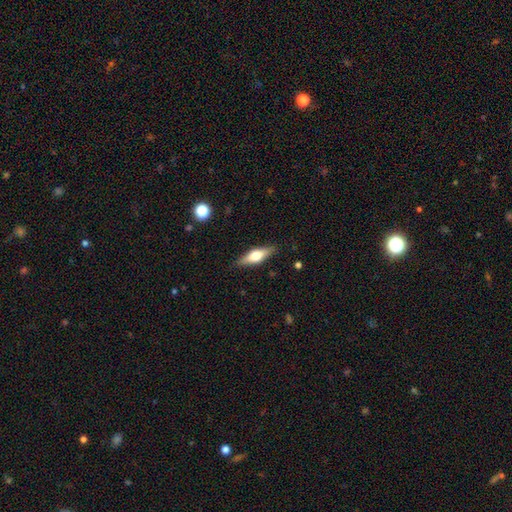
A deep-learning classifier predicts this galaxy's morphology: Smooth or featured: smooth — 47% (tied with featured or disk — 47%)
Merging: none — 87% (minor disturbance — 10%)